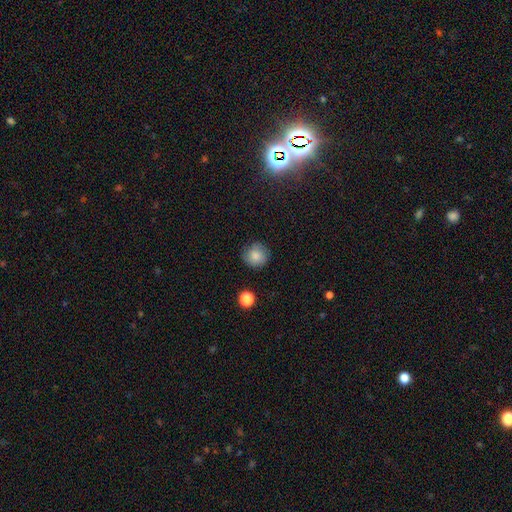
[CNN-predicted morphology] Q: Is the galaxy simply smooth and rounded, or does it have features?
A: smooth — 83%.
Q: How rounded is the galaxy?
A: round — 91%.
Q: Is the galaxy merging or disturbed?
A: none — 82%.